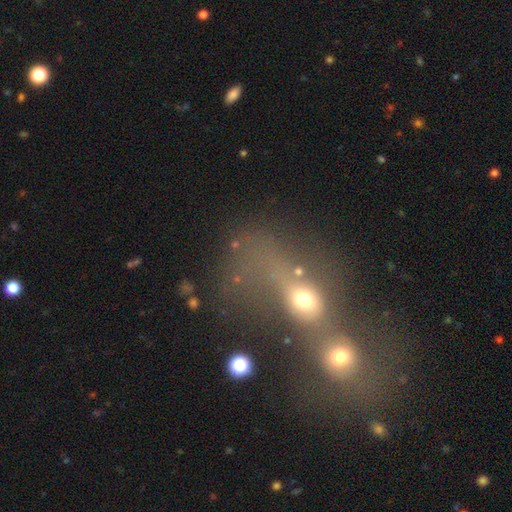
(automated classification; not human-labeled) Smooth or featured: smooth — 43% (featured or disk — 30%)
Merging: merger — 80% (major disturbance — 9%)